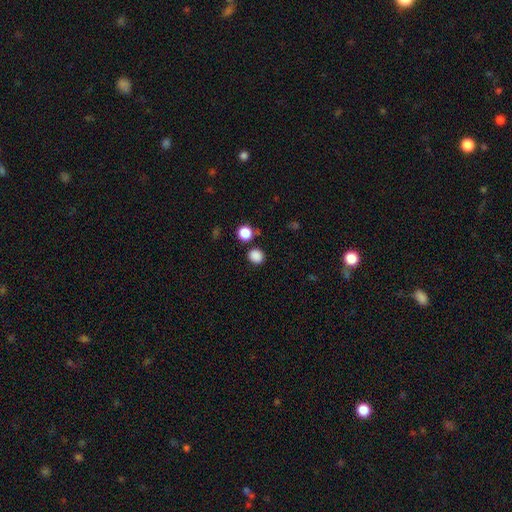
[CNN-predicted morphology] This is clearly a smooth galaxy (85%). How rounded: clearly round (84%). Merging: clearly none (82%).